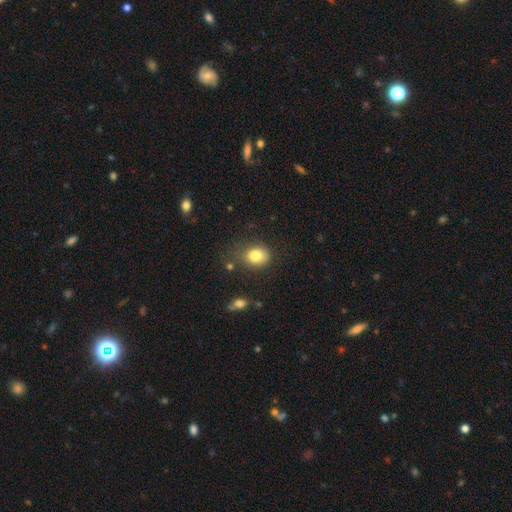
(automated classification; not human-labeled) Smooth or featured: smooth — 81% (star or artifact — 10%)
How rounded: round — 51% (in between — 49%)
Merging: none — 67% (minor disturbance — 21%)